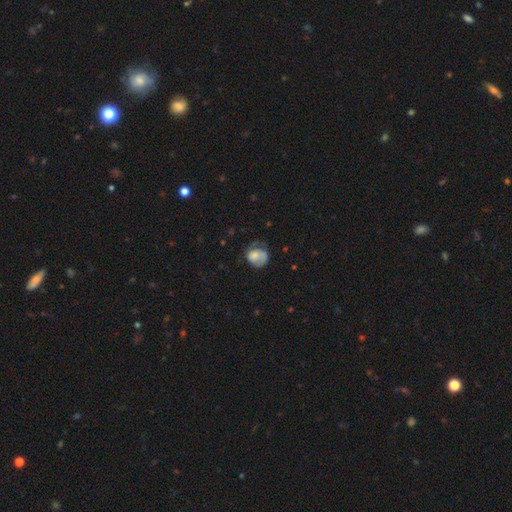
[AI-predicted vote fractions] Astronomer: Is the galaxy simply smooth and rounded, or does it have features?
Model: smooth — 53% (runner-up: featured or disk, 39%).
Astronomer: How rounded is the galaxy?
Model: round — 68%.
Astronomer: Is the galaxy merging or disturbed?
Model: none — 42% (runner-up: major disturbance, 28%).